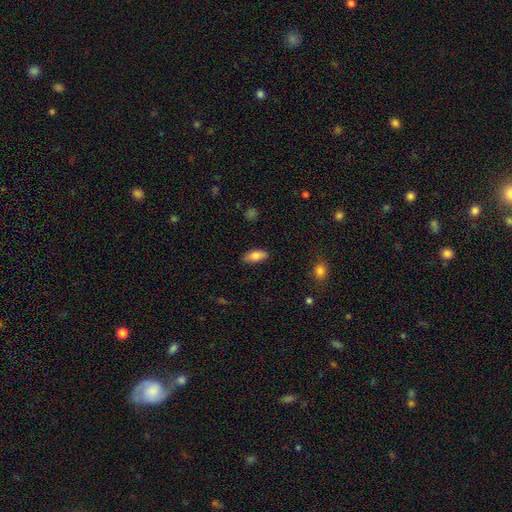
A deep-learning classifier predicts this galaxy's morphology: Q: Smooth or featured?
A: smooth (81%); runner-up: featured or disk (12%)
Q: How rounded?
A: in between (85%); runner-up: cigar-shaped (12%)
Q: Merging?
A: none (85%); runner-up: minor disturbance (11%)